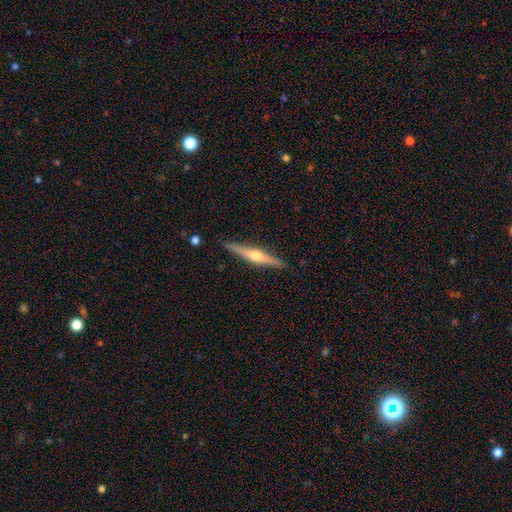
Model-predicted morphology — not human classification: The model was most divided on "smooth or featured": featured or disk: 77%, smooth: 18%, star or artifact: 5%. More confident: edge-on disk — yes (98%); edge-on bulge — rounded (92%); merging — none (91%).